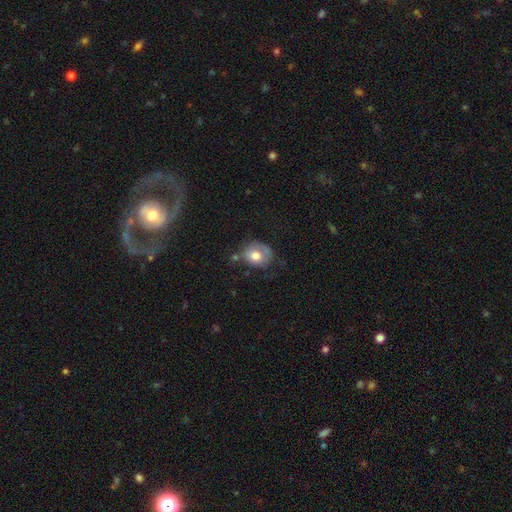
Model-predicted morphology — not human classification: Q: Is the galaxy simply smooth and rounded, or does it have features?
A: smooth — 71%.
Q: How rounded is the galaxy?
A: round — 57%.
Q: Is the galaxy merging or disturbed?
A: none — 49%.